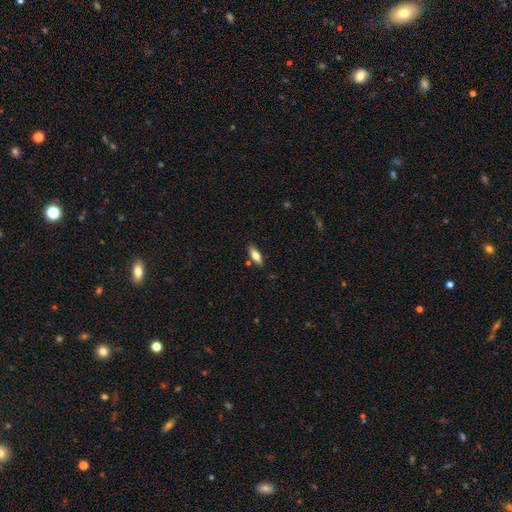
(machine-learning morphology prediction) Smooth or featured: smooth — 72% (featured or disk — 21%)
How rounded: in between — 67% (cigar-shaped — 31%)
Merging: none — 83% (minor disturbance — 11%)